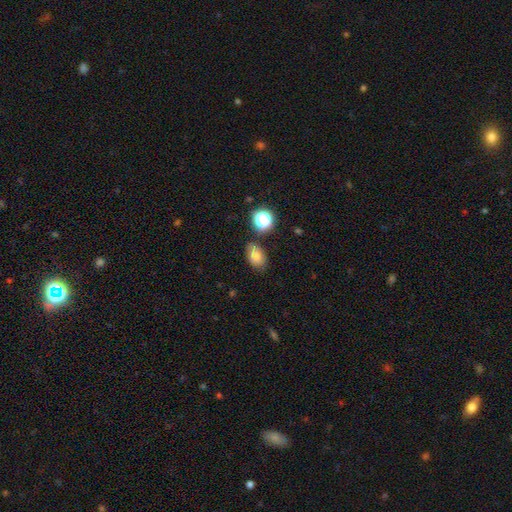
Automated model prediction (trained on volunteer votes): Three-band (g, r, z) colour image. It shows a smooth galaxy with no disk features (74%) that is in between round and cigar-shaped (78%). Merging: none (69%).